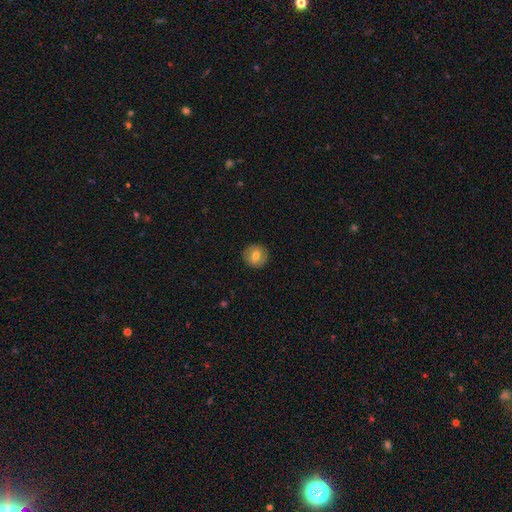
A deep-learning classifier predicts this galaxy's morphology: Smooth or featured: smooth — 66% (featured or disk — 26%)
How rounded: round — 92% (in between — 7%)
Merging: none — 89% (minor disturbance — 8%)